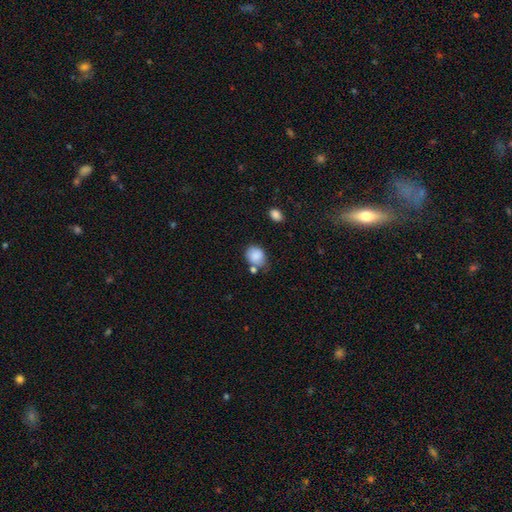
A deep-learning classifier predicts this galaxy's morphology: smooth 86%, star or artifact 8%, featured or disk 5%. Down the decision tree: how rounded — round (58%); merging — none (58%).